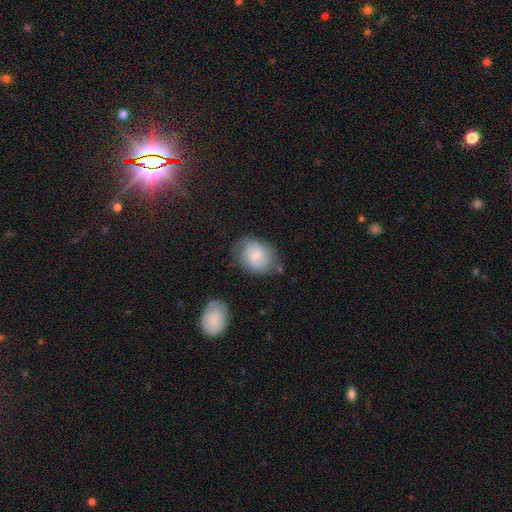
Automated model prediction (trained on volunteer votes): smooth-or-featured: smooth: 49% | featured or disk: 44% | star or artifact: 7%
  merging: none: 65% | minor disturbance: 22% | major disturbance: 8% | merger: 4%